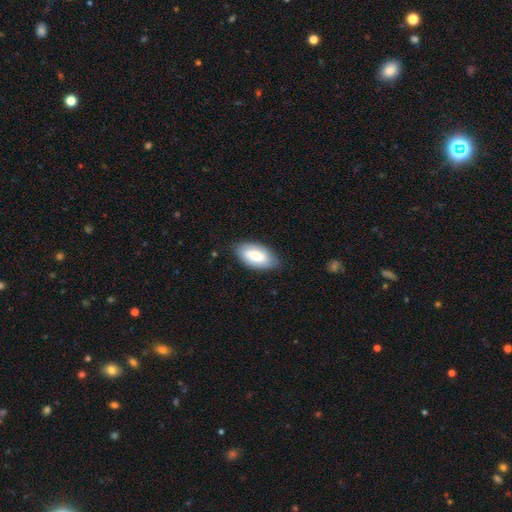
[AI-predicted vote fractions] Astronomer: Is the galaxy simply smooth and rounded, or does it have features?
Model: smooth — 67%.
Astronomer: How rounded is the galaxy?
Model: in between — 94%.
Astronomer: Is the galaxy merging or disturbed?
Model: none — 81%.